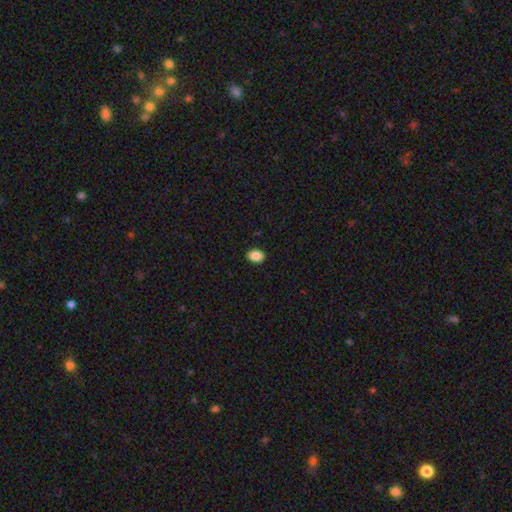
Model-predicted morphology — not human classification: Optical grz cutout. It shows a smooth galaxy with no disk features (88%) that is in between round and cigar-shaped (74%). Merging: none (91%).